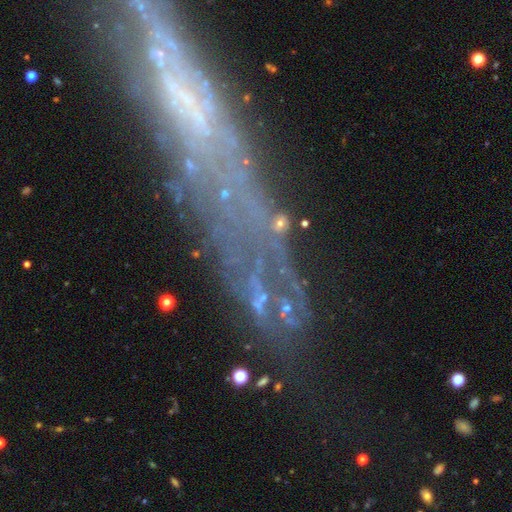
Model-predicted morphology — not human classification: Q: Smooth or featured?
A: featured or disk (61%); runner-up: star or artifact (21%)
Q: Edge-on disk?
A: no (53%); runner-up: yes (47%)
Q: Merging?
A: none (59%); runner-up: minor disturbance (19%)